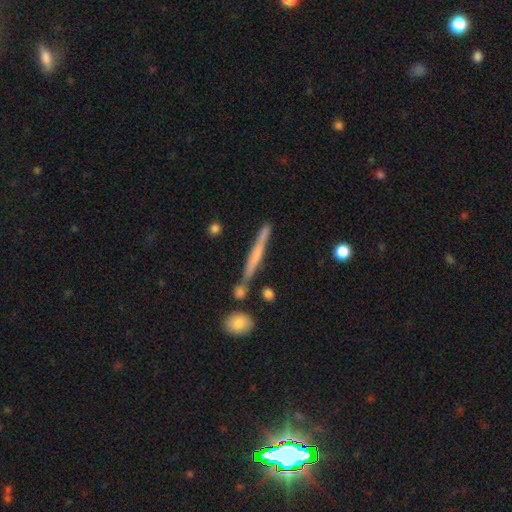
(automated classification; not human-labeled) Smooth or featured? Predicted: featured or disk (p=0.48). Merging? Predicted: none (p=0.79).